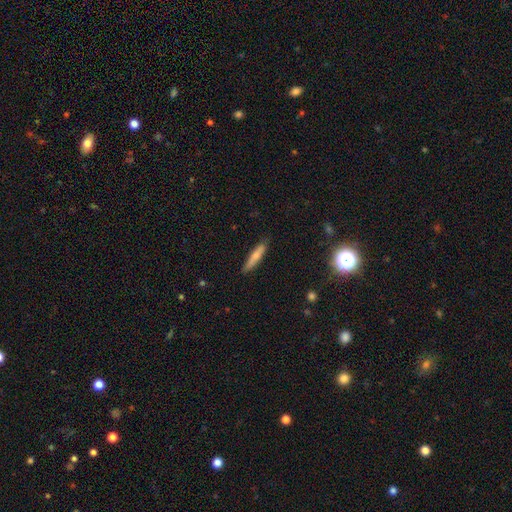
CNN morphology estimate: A smooth galaxy with no disk features (72%) that is cigar-shaped (87%). Merging: none (84%).